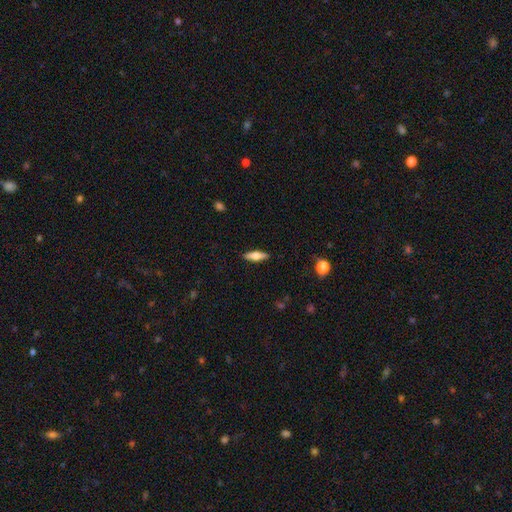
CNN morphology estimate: smooth_or_featured: smooth (p=0.57) [alt: featured or disk p=0.37]
how_rounded: cigar-shaped (p=0.54) [alt: in between p=0.44]
merging: none (p=0.90) [alt: minor disturbance p=0.08]